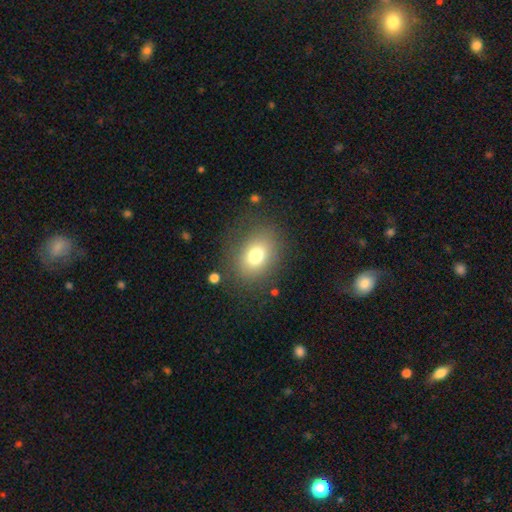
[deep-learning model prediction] A smooth galaxy with no disk features (74%) that is in between round and cigar-shaped (54%).

Vote fractions:
- Smooth or featured? smooth: 74% / star or artifact: 13% / featured or disk: 13%
- How rounded? in between: 54% / round: 45% / cigar-shaped: 1%
- Merging? none: 80% / minor disturbance: 11% / major disturbance: 6% / merger: 2%